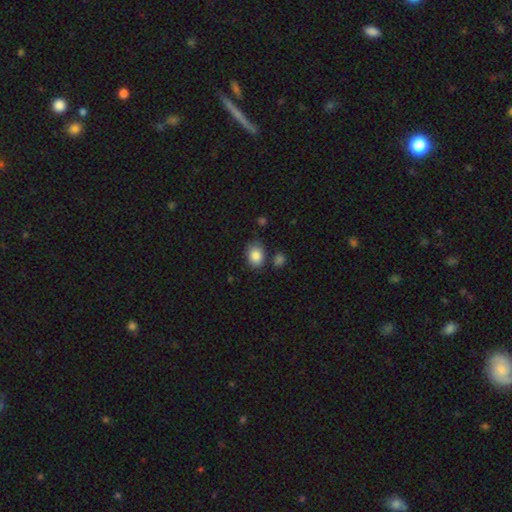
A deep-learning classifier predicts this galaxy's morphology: Overall: smooth (86%). How rounded: in between (64%; round 35%). Merging: none (74%).